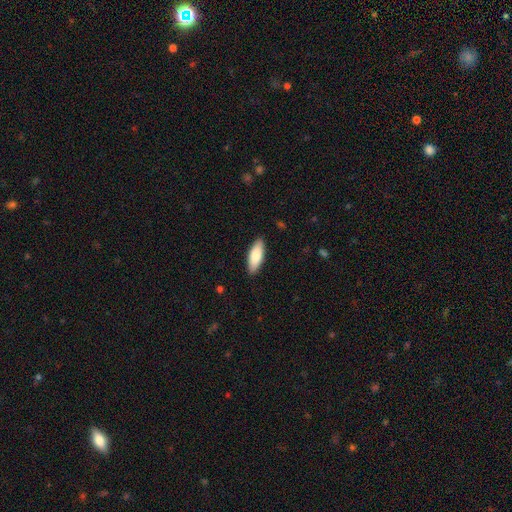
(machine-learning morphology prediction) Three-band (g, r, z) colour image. It shows a smooth galaxy with no disk features (83%) that is in between round and cigar-shaped (70%). Merging: none (89%).